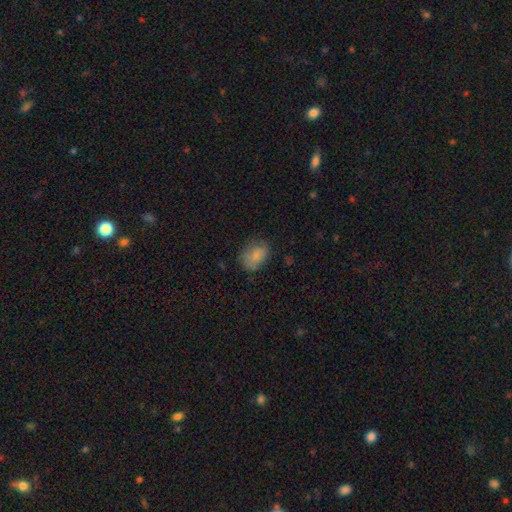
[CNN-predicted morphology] This is clearly a smooth galaxy (80%). How rounded: likely in between (68%). Merging: likely none (67%).